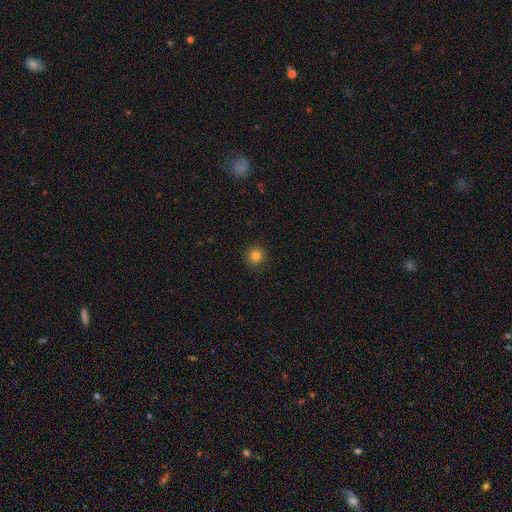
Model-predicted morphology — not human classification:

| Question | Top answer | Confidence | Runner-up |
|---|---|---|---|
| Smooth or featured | smooth | 82% | star or artifact (13%) |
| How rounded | round | 95% | in between (4%) |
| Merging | none | 92% | minor disturbance (5%) |